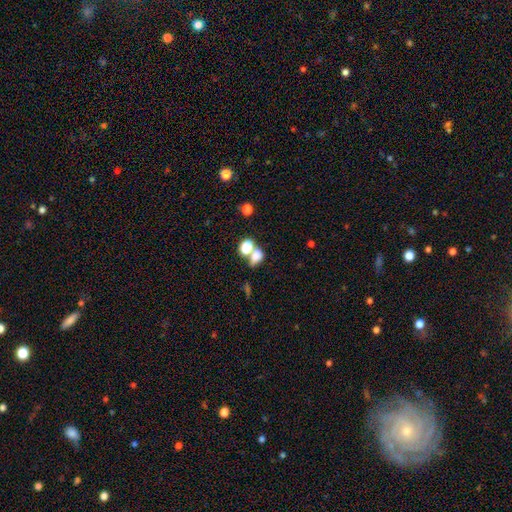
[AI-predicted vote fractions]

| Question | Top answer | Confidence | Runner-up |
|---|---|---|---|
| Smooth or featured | smooth | 70% | star or artifact (17%) |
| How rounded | in between | 65% | round (32%) |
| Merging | merger | 49% | none (34%) |